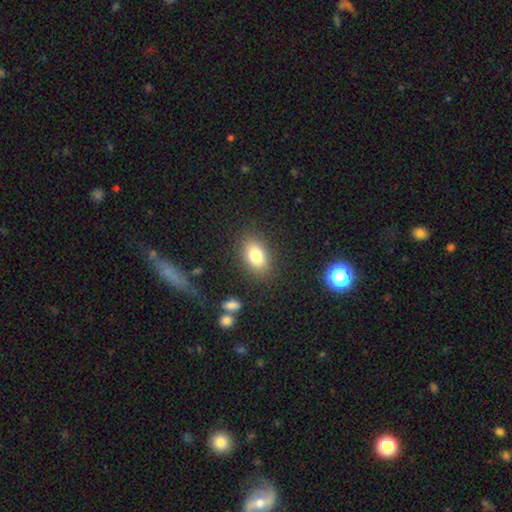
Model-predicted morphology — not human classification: A smooth galaxy with no disk features (80%) that is in between round and cigar-shaped (83%).

Vote fractions:
- Smooth or featured? smooth: 80% / featured or disk: 10% / star or artifact: 10%
- How rounded? in between: 83% / round: 15% / cigar-shaped: 2%
- Merging? none: 85% / minor disturbance: 10% / major disturbance: 4% / merger: 2%